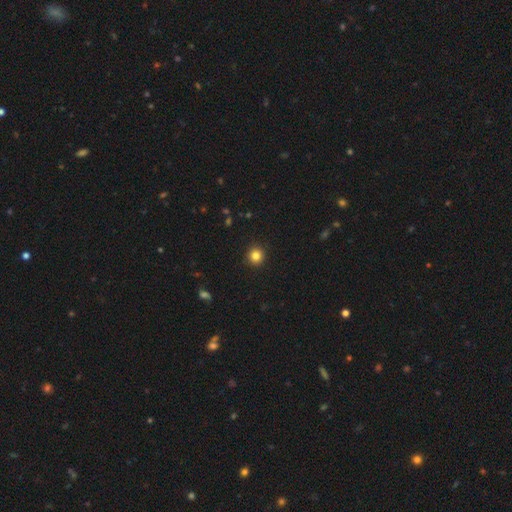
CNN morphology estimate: The model was most divided on "smooth or featured": smooth: 83%, star or artifact: 12%, featured or disk: 5%. More confident: how rounded — round (94%); merging — none (92%).